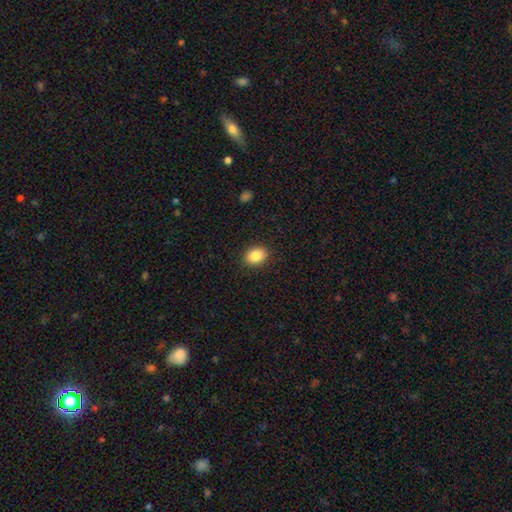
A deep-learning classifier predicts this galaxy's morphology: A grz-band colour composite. It shows a smooth galaxy with no disk features (86%) that is in between round and cigar-shaped (65%). Merging: none (90%).